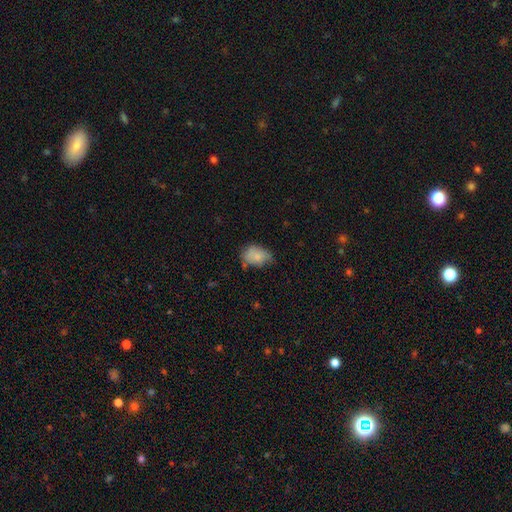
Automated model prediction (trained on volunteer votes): A smooth galaxy with no disk features (77%) that is in between round and cigar-shaped (79%). Merging: none (43%).